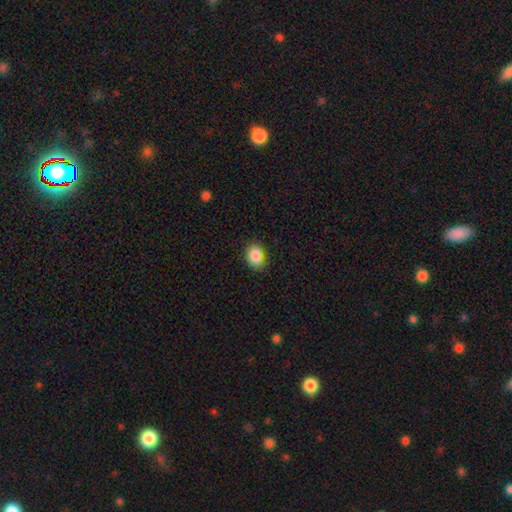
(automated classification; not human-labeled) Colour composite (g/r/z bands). It shows a smooth galaxy with no disk features (86%) that is in between round and cigar-shaped (57%). Merging: none (75%).